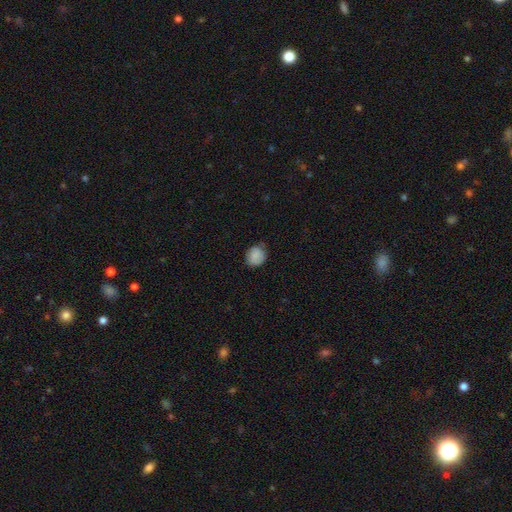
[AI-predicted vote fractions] smooth_or_featured: smooth (p=0.84) [alt: star or artifact p=0.08]
how_rounded: round (p=0.74) [alt: in between p=0.25]
merging: none (p=0.70) [alt: minor disturbance p=0.24]